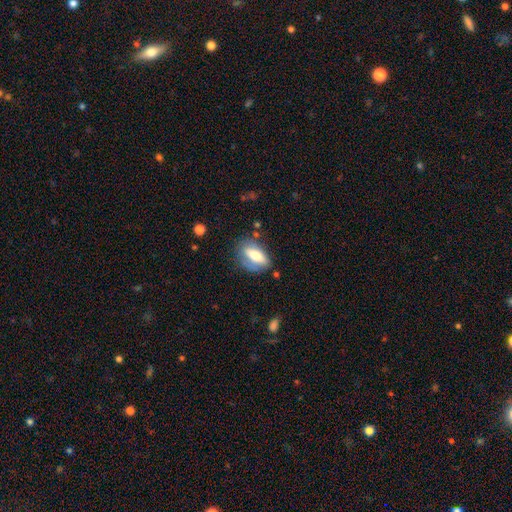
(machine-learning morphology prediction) This is possibly a smooth galaxy (55%). How rounded: likely in between (77%). Merging: likely none (67%).